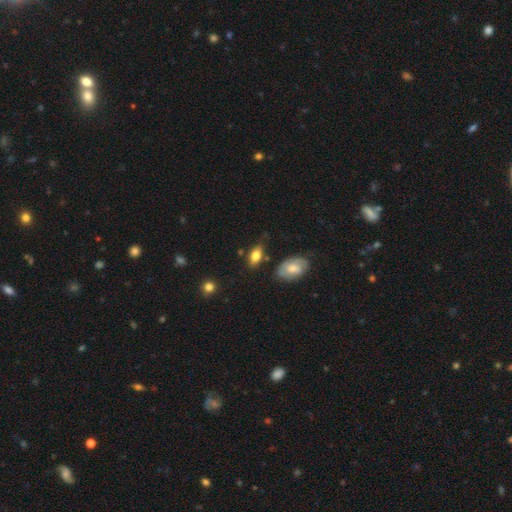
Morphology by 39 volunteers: Smooth or featured? 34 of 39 (87%) said smooth. How rounded? 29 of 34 (85%) said in between. Merging? 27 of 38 (71%) said none.